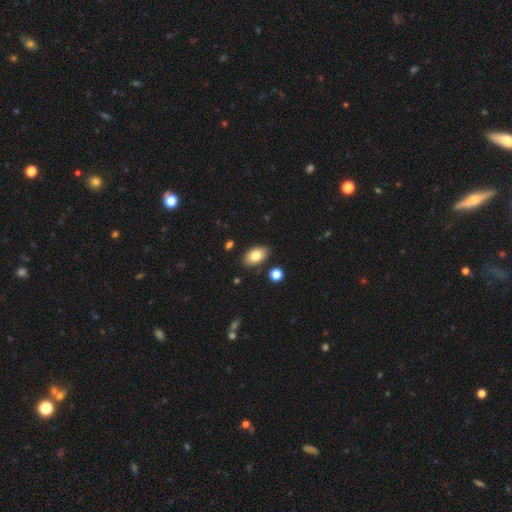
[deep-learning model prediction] smooth_or_featured: smooth (p=0.81) [alt: featured or disk p=0.11]
how_rounded: in between (p=0.92) [alt: round p=0.07]
merging: none (p=0.85) [alt: minor disturbance p=0.10]